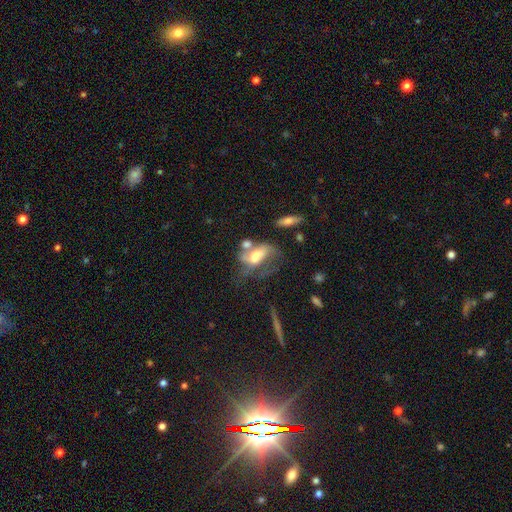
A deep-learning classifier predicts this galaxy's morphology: This appears to be a featured or disk galaxy (49%). Merging: merger (34%, tied with major disturbance).